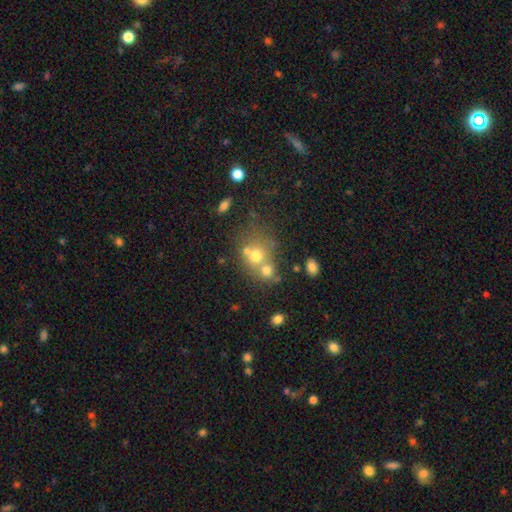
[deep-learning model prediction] Q: Smooth or featured?
A: smooth (61%); runner-up: featured or disk (22%)
Q: How rounded?
A: round (73%); runner-up: in between (26%)
Q: Merging?
A: merger (49%); runner-up: none (38%)